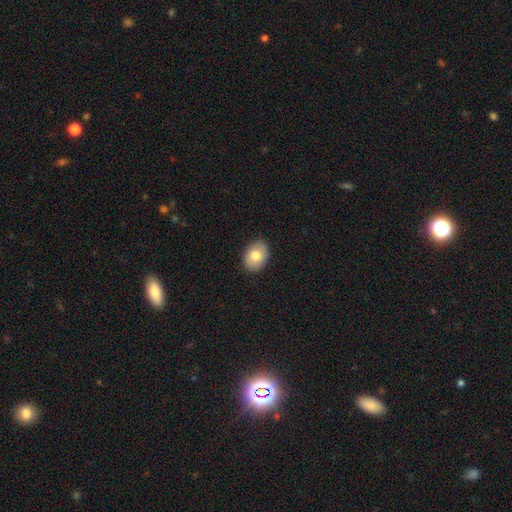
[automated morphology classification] Smooth or featured? Predicted: smooth (p=0.78). How rounded? Predicted: in between (p=0.71). Merging? Predicted: none (p=0.89).